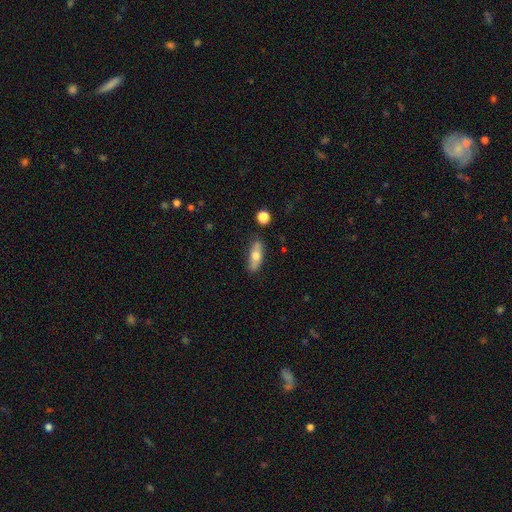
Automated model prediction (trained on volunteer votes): Q: Smooth or featured?
A: smooth (65%); runner-up: featured or disk (29%)
Q: How rounded?
A: in between (65%); runner-up: cigar-shaped (31%)
Q: Merging?
A: none (80%); runner-up: minor disturbance (14%)